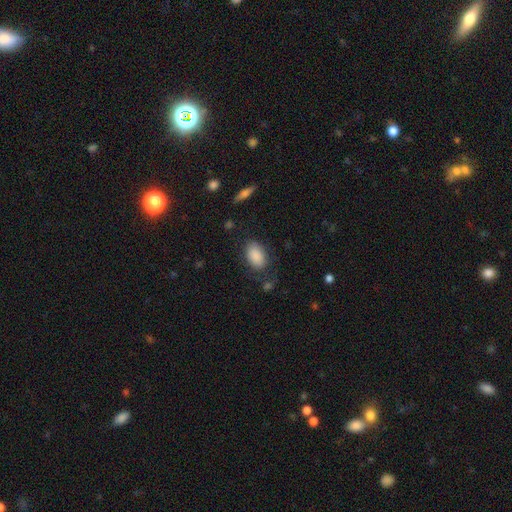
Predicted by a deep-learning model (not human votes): smooth 89%, star or artifact 6%, featured or disk 5%. Down the decision tree: how rounded — in between (91%); merging — none (76%).